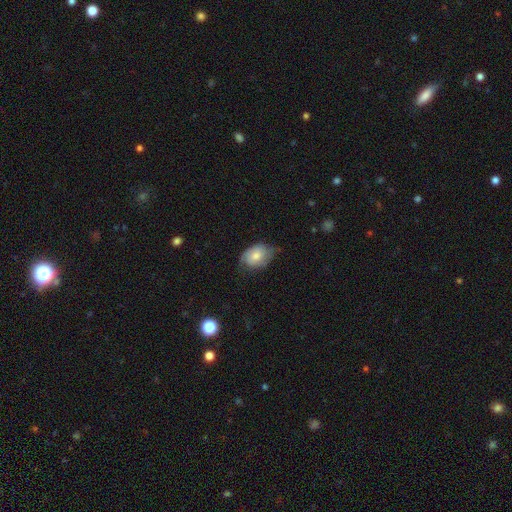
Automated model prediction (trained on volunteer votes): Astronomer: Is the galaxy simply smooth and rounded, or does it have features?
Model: smooth — 65%.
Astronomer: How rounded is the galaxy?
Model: in between — 80%.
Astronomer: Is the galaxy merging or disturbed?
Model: none — 52% (runner-up: minor disturbance, 36%).